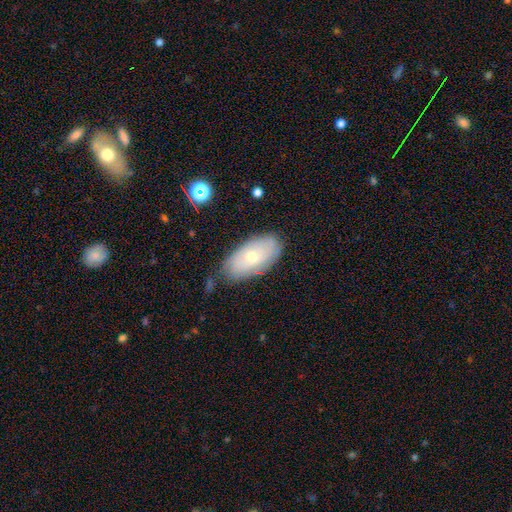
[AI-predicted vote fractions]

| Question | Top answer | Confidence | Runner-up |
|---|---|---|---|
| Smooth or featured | smooth | 49% | featured or disk (42%) |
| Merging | none | 75% | minor disturbance (18%) |